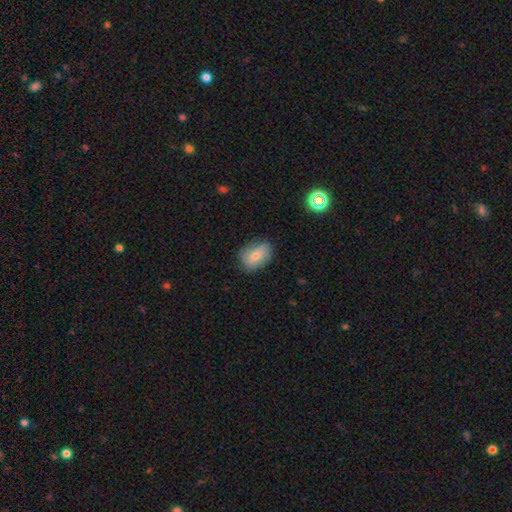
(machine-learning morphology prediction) Smooth or featured: smooth — 69% (featured or disk — 22%)
How rounded: in between — 76% (round — 23%)
Merging: none — 73% (minor disturbance — 21%)